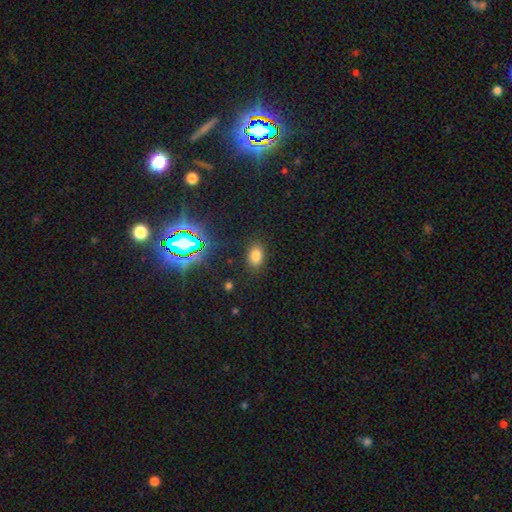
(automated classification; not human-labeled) Q: Smooth or featured?
A: smooth (75%); runner-up: star or artifact (18%)
Q: How rounded?
A: in between (79%); runner-up: round (20%)
Q: Merging?
A: none (85%); runner-up: minor disturbance (10%)